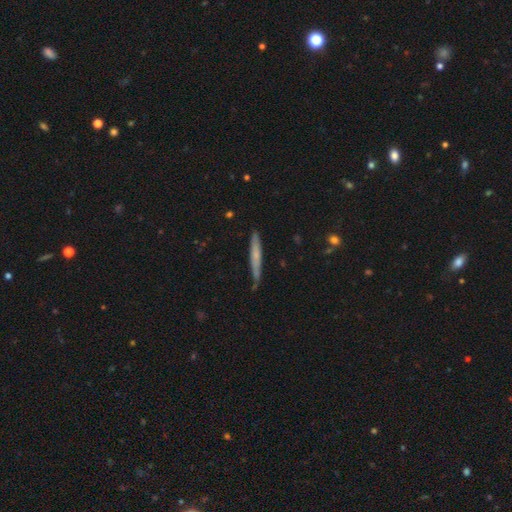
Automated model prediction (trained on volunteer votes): The model was most divided on "smooth or featured": smooth: 56%, featured or disk: 37%, star or artifact: 7%. More confident: how rounded — cigar-shaped (95%); merging — none (78%).